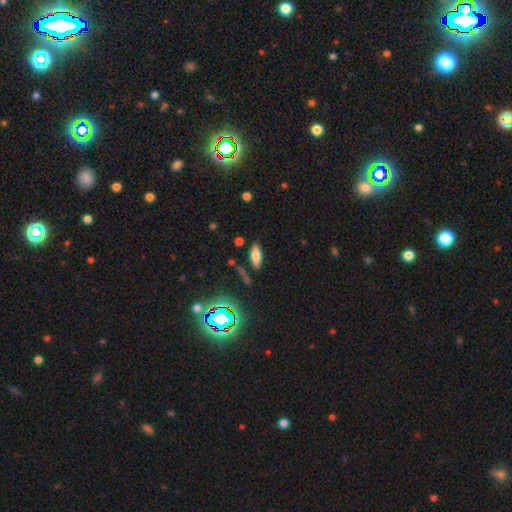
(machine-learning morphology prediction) This is likely a smooth galaxy (68%). How rounded: likely in between (75%). Merging: likely none (79%).